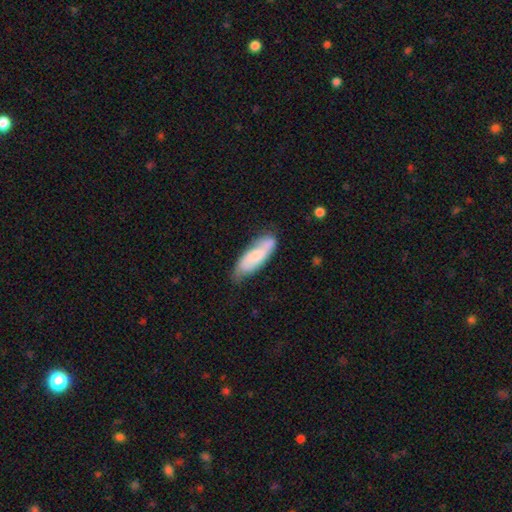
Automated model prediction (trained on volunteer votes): This is possibly a smooth galaxy (57%). How rounded: possibly in between (59%). Merging: likely none (64%).